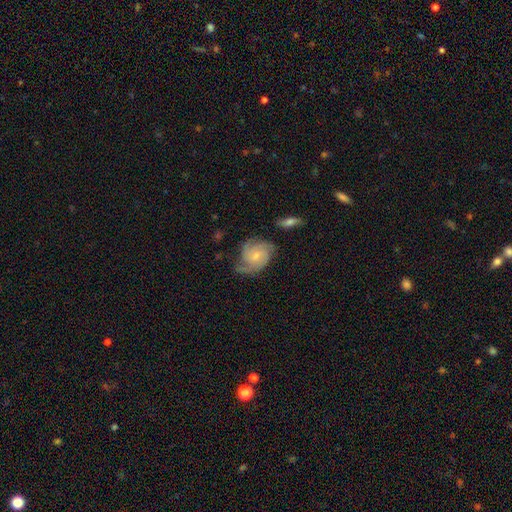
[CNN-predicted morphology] The model was most divided on "spiral winding": tight: 44%, medium: 42%, loose: 14%. Remaining: edge-on disk — no (98%); spiral arms — yes (93%); smooth or featured — featured or disk (71%); bar — no (65%); bulge size — small (60%); merging — none (54%); spiral arm count — 3 (33%).